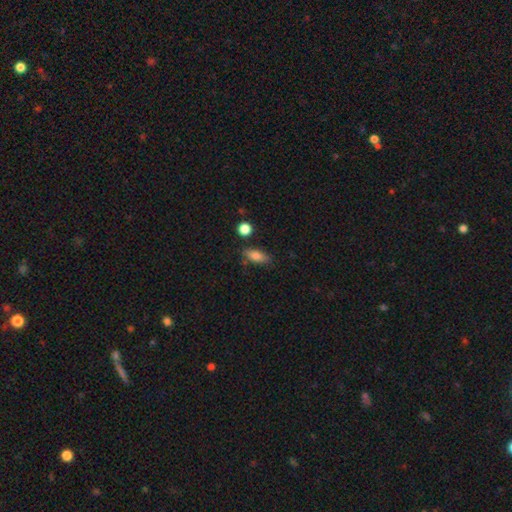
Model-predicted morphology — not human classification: This is clearly a smooth galaxy (81%). How rounded: likely in between (77%). Merging: likely none (77%).